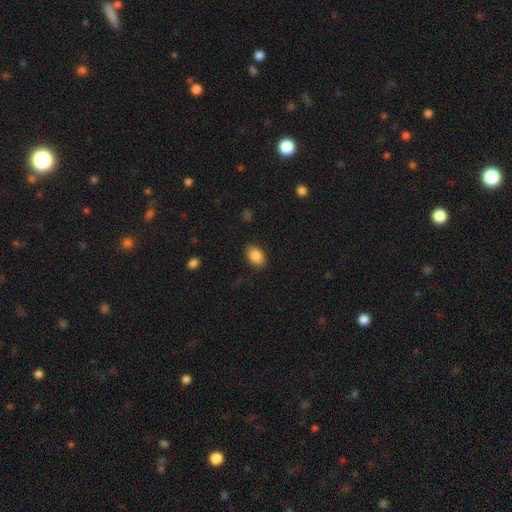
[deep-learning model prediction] Smooth or featured? Predicted: smooth (p=0.87). How rounded? Predicted: in between (p=0.83). Merging? Predicted: none (p=0.87).